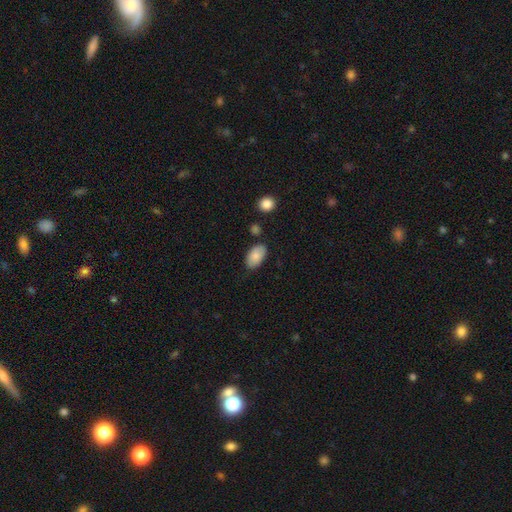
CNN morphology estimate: smooth 83%, featured or disk 10%, star or artifact 7%. Down the decision tree: how rounded — in between (93%); merging — none (77%).